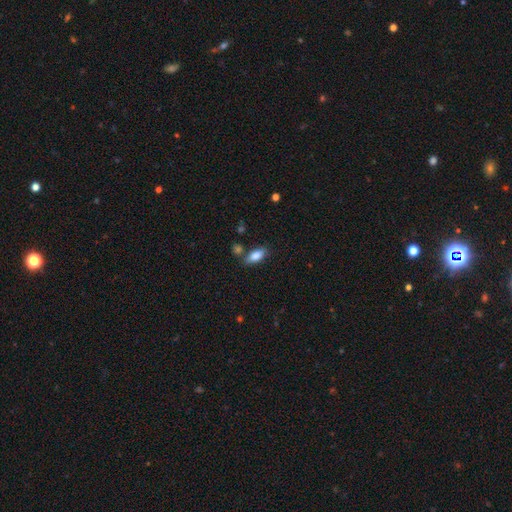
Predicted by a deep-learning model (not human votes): Smooth or featured?
  - smooth: 84% *
  - featured or disk: 9%
  - star or artifact: 7%
How rounded?
  - in between: 85% *
  - cigar-shaped: 13%
  - round: 3%
Merging?
  - none: 74% *
  - minor disturbance: 14%
  - merger: 9%
  - major disturbance: 3%